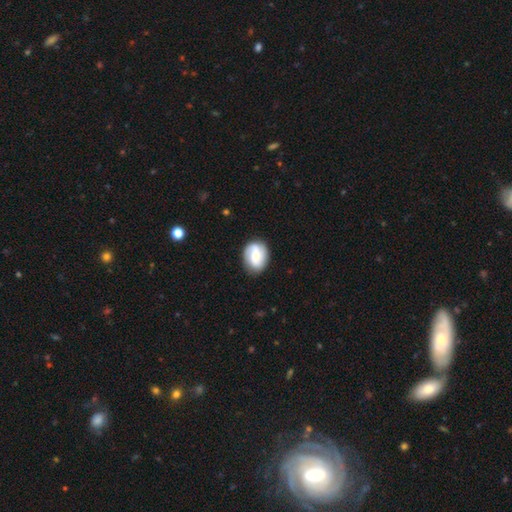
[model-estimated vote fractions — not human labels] A featured or disk galaxy (50%).

Vote fractions:
- Smooth or featured? featured or disk: 50% / smooth: 43% / star or artifact: 7%
- Edge-on disk? no: 96% / yes: 4%
- Merging? none: 82% / minor disturbance: 13% / major disturbance: 4% / merger: 1%